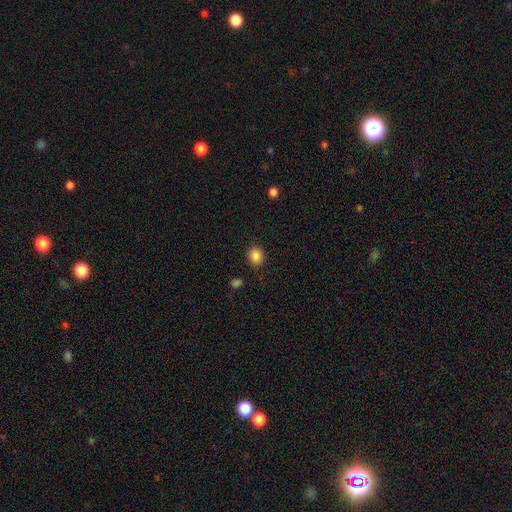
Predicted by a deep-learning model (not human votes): smooth 87%, star or artifact 10%, featured or disk 4%. Down the decision tree: how rounded — round (56%); merging — none (84%).